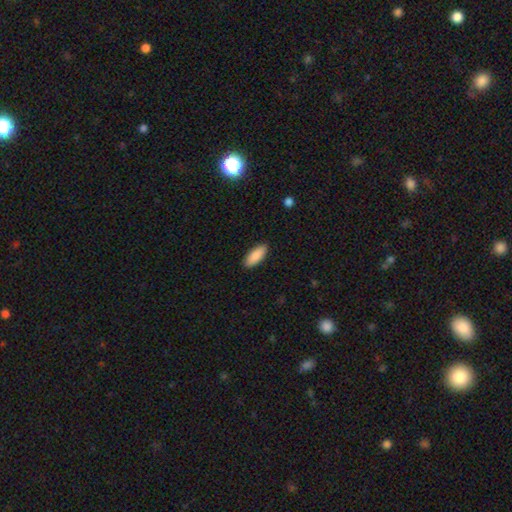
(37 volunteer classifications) A smooth galaxy with no disk features (92%) that is in between round and cigar-shaped (74%). Merging: none (92%).